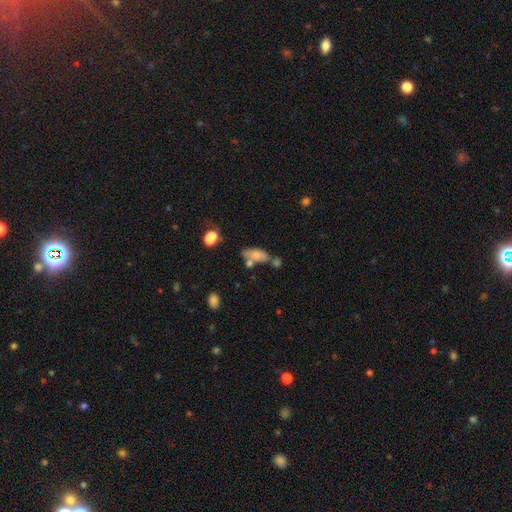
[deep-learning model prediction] The model was most divided on "merging": none: 46%, merger: 25%, minor disturbance: 21%, major disturbance: 8%. More confident: how rounded — in between (78%); smooth or featured — smooth (70%).